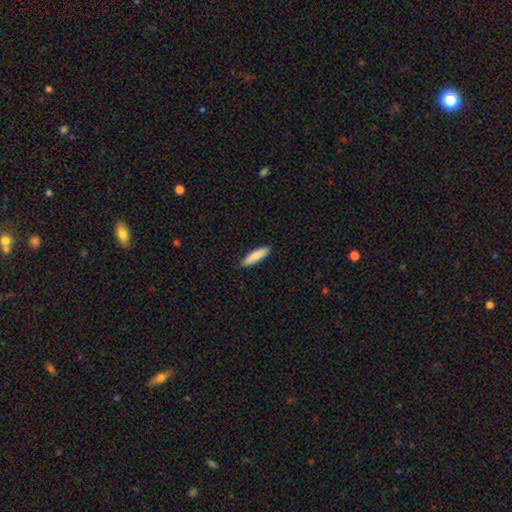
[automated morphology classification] Smooth or featured: smooth — 85% (featured or disk — 10%)
How rounded: cigar-shaped — 79% (in between — 20%)
Merging: none — 90% (minor disturbance — 7%)